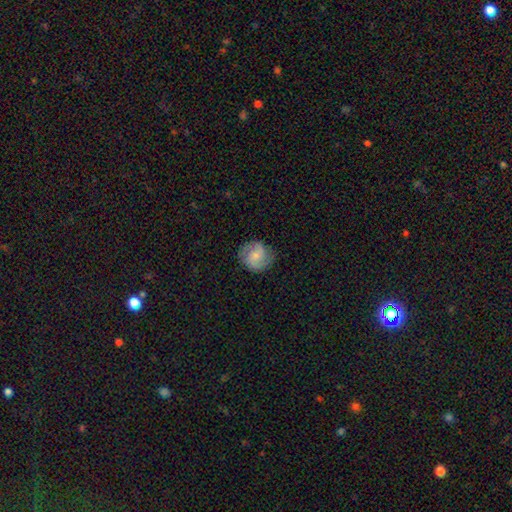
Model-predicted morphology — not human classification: Smooth or featured? Predicted: featured or disk (p=0.63). Edge-on disk? Predicted: no (p=0.98). Bar? Predicted: no (p=0.55). Spiral arms? Predicted: yes (p=0.93). Spiral winding? Predicted: medium (p=0.50). Spiral arm count? Predicted: 2 (p=0.82). Bulge size? Predicted: small (p=0.58). Merging? Predicted: none (p=0.81).